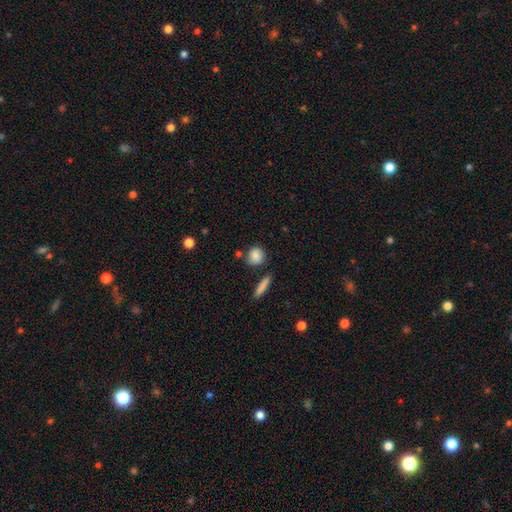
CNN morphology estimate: type=smooth (85%); roundness=round (77%); merging=none (77%).